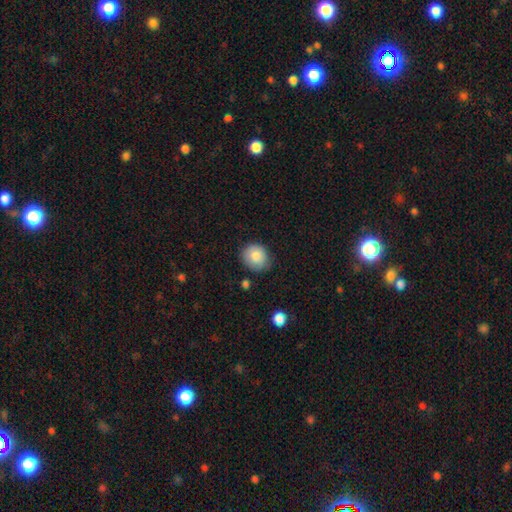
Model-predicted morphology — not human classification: type=smooth (83%); roundness=round (79%); merging=none (78%).